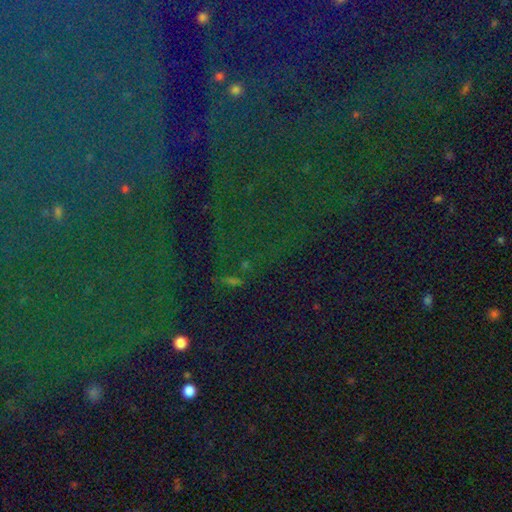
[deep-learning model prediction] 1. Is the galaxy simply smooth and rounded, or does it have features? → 83% star or artifact, 9% smooth, 8% featured or disk.